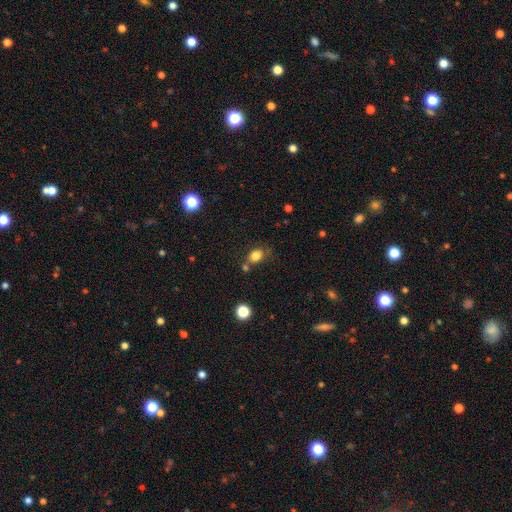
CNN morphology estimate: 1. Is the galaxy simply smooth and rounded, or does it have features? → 82% smooth, 12% star or artifact, 6% featured or disk.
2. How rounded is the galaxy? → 53% in between, 46% round, 1% cigar-shaped.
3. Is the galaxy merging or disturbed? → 64% none, 18% minor disturbance, 13% merger, 6% major disturbance.